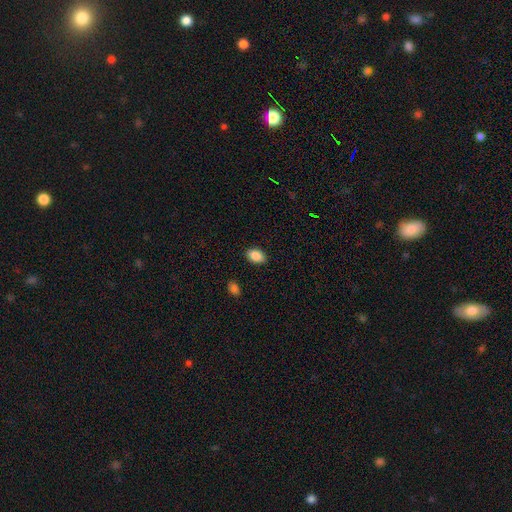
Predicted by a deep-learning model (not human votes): smooth 89%, star or artifact 8%, featured or disk 3%. Down the decision tree: how rounded — in between (87%); merging — none (87%).